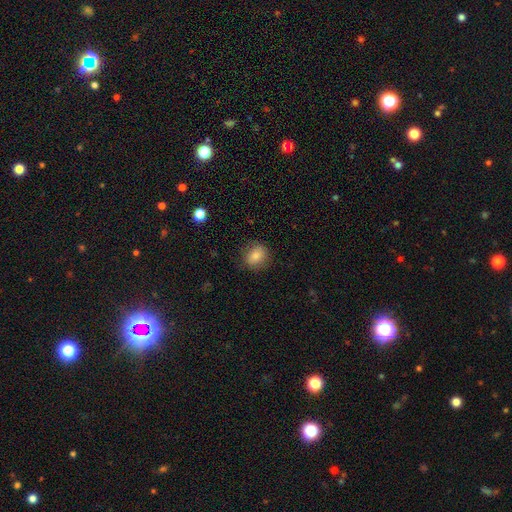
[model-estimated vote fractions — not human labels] The model was most divided on "how rounded": round: 68%, in between: 31%, cigar-shaped: 1%. More confident: merging — none (81%); smooth or featured — smooth (81%).